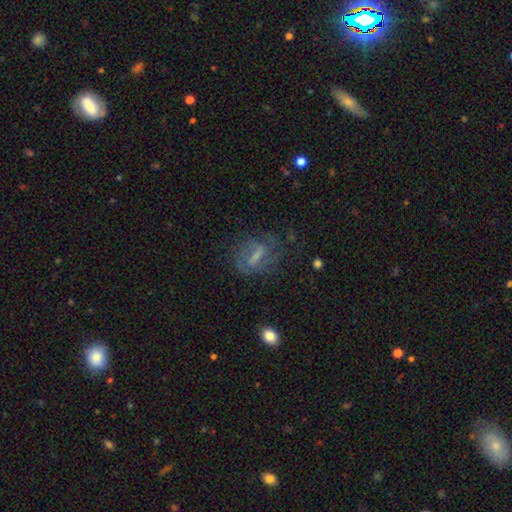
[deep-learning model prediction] smooth_or_featured: featured or disk (p=0.63) [alt: smooth p=0.26]
disk_edge_on: no (p=0.91) [alt: yes p=0.09]
bar: strong (p=0.42) [alt: weak p=0.41]
has_spiral_arms: yes (p=0.74) [alt: no p=0.26]
bulge_size: small (p=0.35) [alt: none p=0.32]
merging: none (p=0.58) [alt: minor disturbance p=0.21]